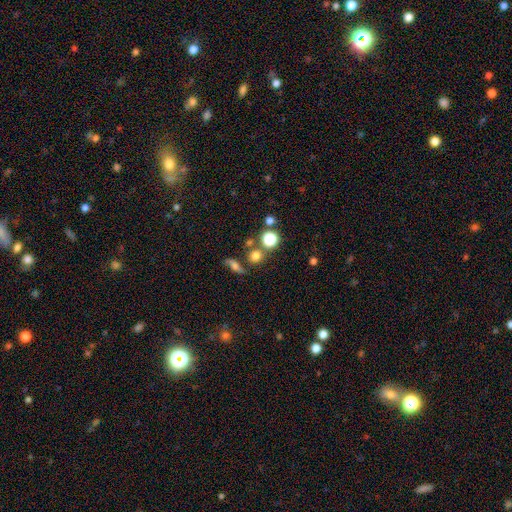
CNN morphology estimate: smooth_or_featured: smooth (p=0.69) [alt: star or artifact p=0.20]
how_rounded: round (p=0.87) [alt: in between p=0.11]
merging: none (p=0.65) [alt: merger p=0.19]